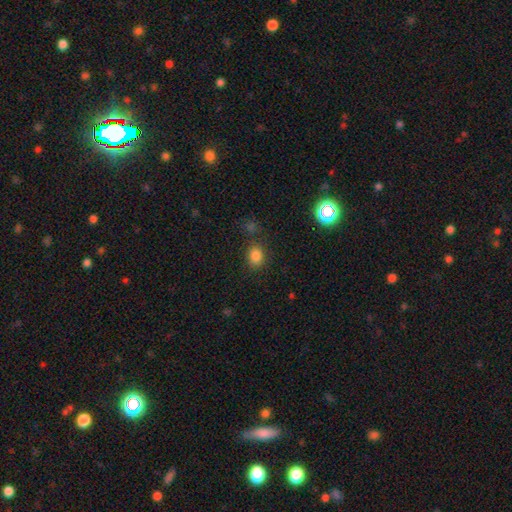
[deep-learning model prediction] A smooth galaxy with no disk features (81%) that is in between round and cigar-shaped (54%). Merging: none (78%).